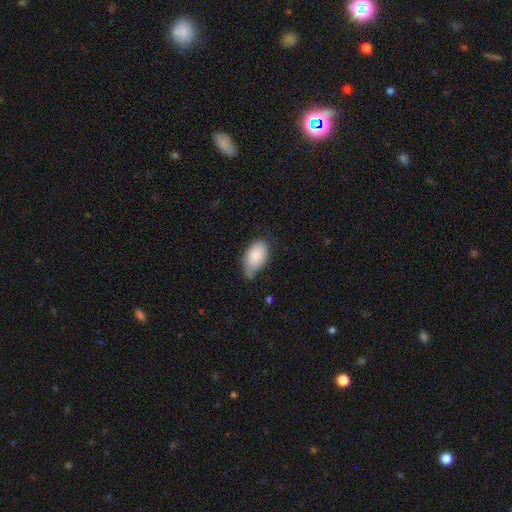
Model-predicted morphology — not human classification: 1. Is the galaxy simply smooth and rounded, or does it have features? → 84% smooth, 10% featured or disk, 7% star or artifact.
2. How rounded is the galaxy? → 93% in between, 5% round, 2% cigar-shaped.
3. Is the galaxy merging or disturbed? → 44% minor disturbance, 41% none, 11% major disturbance, 4% merger.